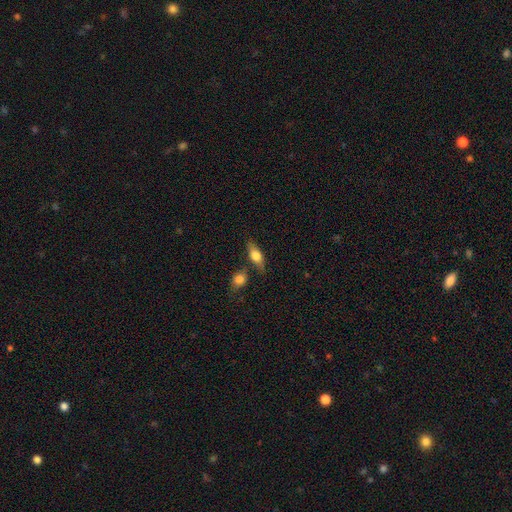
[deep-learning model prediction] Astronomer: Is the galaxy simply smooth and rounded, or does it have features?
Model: smooth — 63%.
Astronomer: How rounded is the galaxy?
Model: in between — 71%.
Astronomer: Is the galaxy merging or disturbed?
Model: none — 65%.